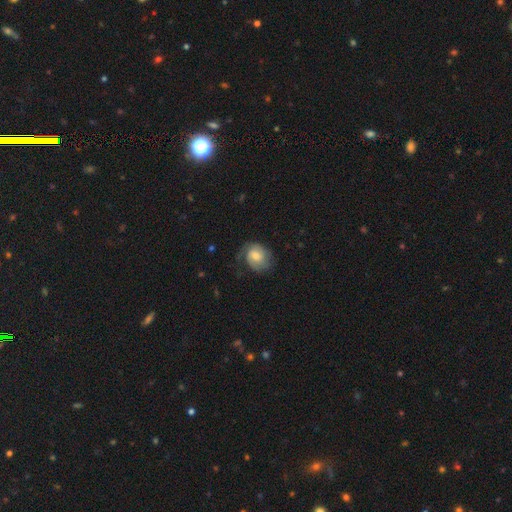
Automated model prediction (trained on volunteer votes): Smooth or featured: smooth — 48% (featured or disk — 45%)
Merging: none — 58% (minor disturbance — 26%)